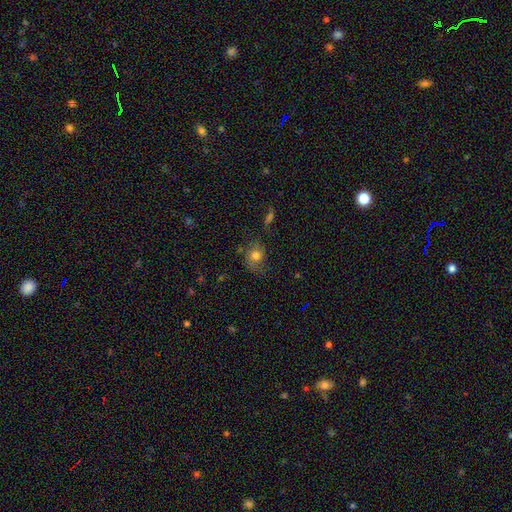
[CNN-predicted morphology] A smooth galaxy with no disk features (73%) that is round (61%).

Vote fractions:
- Smooth or featured? smooth: 73% / featured or disk: 15% / star or artifact: 12%
- How rounded? round: 61% / in between: 38% / cigar-shaped: 1%
- Merging? none: 59% / minor disturbance: 25% / major disturbance: 12% / merger: 4%